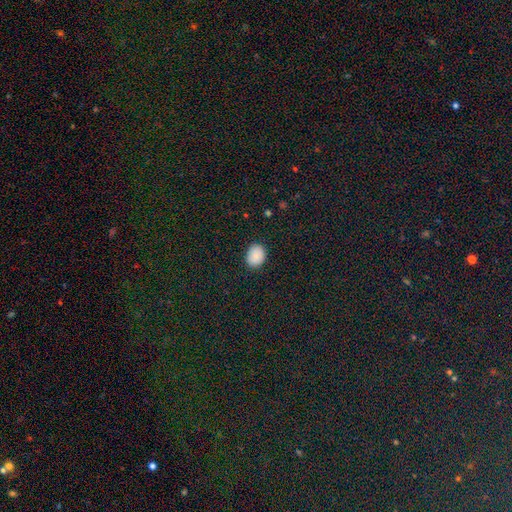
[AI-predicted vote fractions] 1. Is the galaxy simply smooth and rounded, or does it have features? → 88% smooth, 8% star or artifact, 4% featured or disk.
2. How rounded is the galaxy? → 55% in between, 44% round, 1% cigar-shaped.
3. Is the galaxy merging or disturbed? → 88% none, 9% minor disturbance, 2% major disturbance, 1% merger.